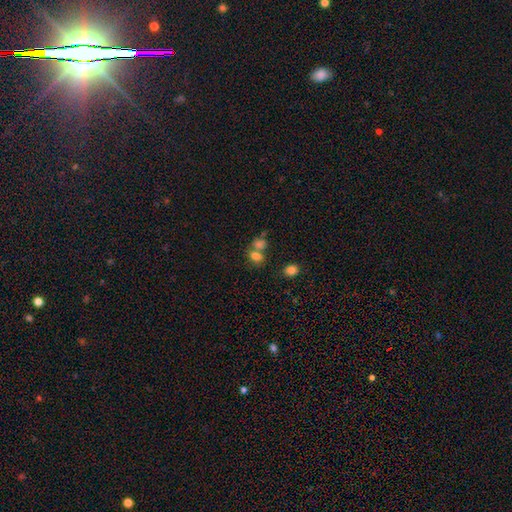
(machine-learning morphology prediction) A smooth galaxy with no disk features (76%) that is in between round and cigar-shaped (64%).

Vote fractions:
- Smooth or featured? smooth: 76% / star or artifact: 14% / featured or disk: 11%
- How rounded? in between: 64% / round: 34% / cigar-shaped: 2%
- Merging? merger: 50% / none: 36% / minor disturbance: 9% / major disturbance: 5%